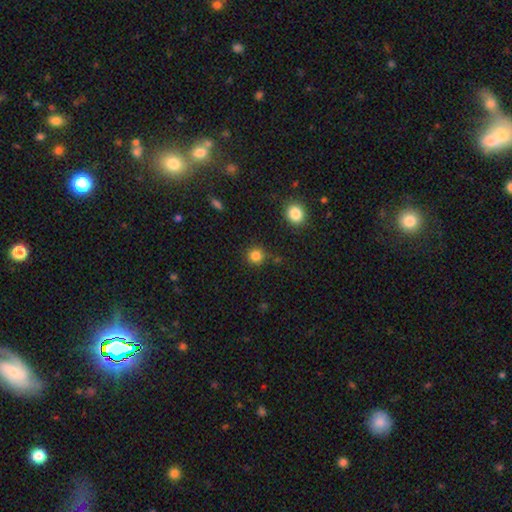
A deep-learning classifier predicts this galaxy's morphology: Smooth or featured? smooth (84%)
How rounded? round (93%)
Merging? none (87%)